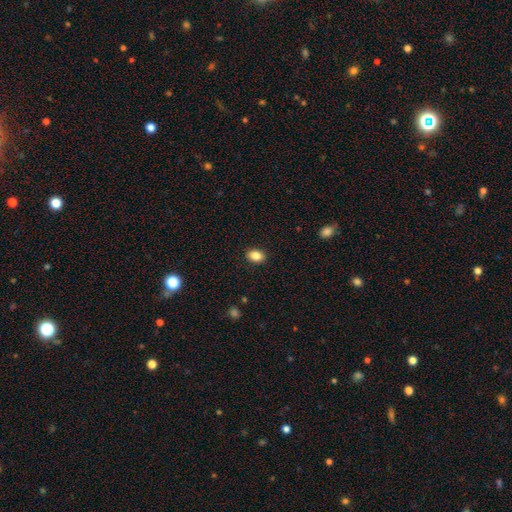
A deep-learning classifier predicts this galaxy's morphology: Smooth or featured: smooth — 86% (star or artifact — 9%)
How rounded: in between — 82% (round — 17%)
Merging: none — 89% (minor disturbance — 8%)